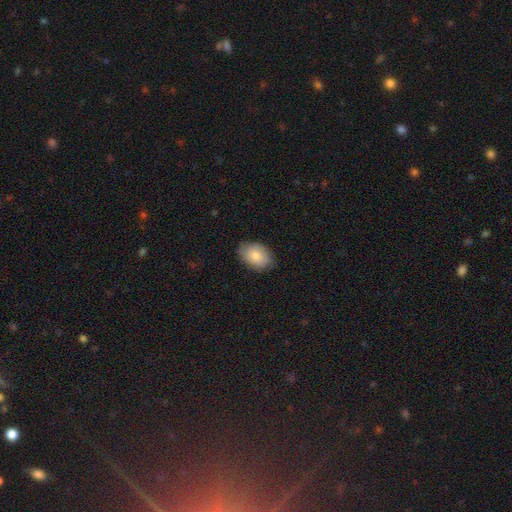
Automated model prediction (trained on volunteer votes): Smooth or featured? Predicted: smooth (p=0.83). How rounded? Predicted: in between (p=0.84). Merging? Predicted: none (p=0.80).